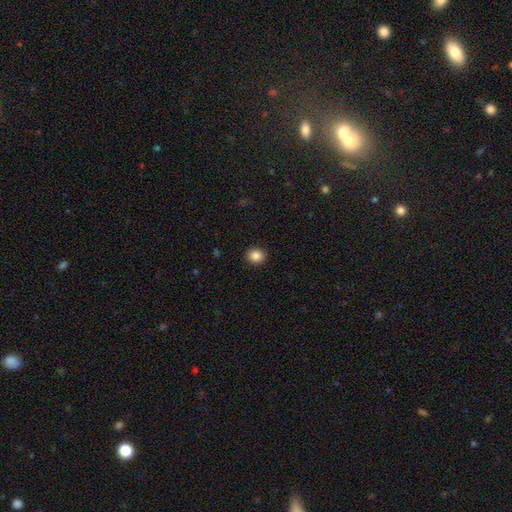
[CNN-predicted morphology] Smooth or featured: smooth — 86% (star or artifact — 10%)
How rounded: round — 75% (in between — 24%)
Merging: none — 91% (minor disturbance — 6%)